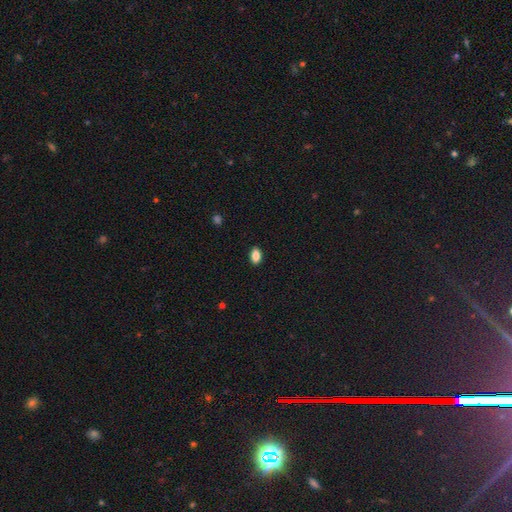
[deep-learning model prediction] A smooth galaxy with no disk features (87%) that is in between round and cigar-shaped (88%).

Vote fractions:
- Smooth or featured? smooth: 87% / star or artifact: 9% / featured or disk: 5%
- How rounded? in between: 88% / round: 10% / cigar-shaped: 2%
- Merging? none: 90% / minor disturbance: 8% / major disturbance: 2% / merger: 1%